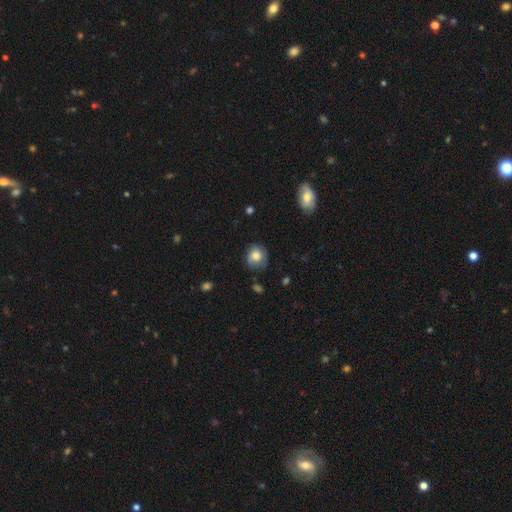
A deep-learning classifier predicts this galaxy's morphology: smooth_or_featured: smooth (p=0.68) [alt: featured or disk p=0.24]
how_rounded: round (p=0.77) [alt: in between p=0.22]
merging: none (p=0.70) [alt: minor disturbance p=0.22]